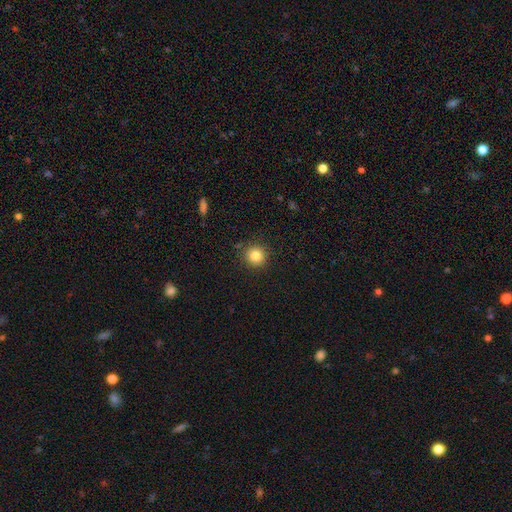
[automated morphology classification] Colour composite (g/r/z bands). It shows a smooth galaxy with no disk features (83%) that is round (93%). Merging: none (90%).